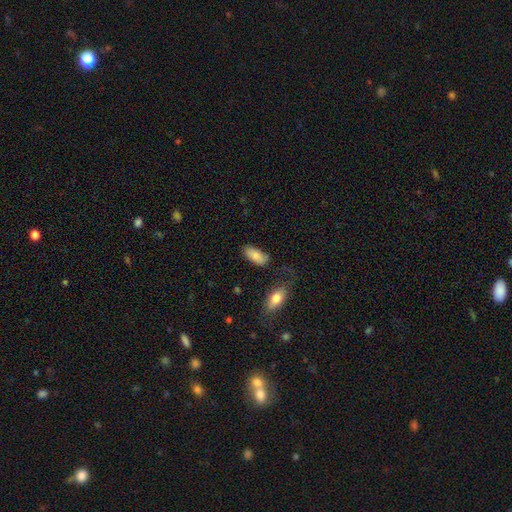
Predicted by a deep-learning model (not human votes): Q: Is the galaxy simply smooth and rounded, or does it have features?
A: smooth — 82%.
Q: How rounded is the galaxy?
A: in between — 91%.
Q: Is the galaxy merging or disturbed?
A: none — 67%.